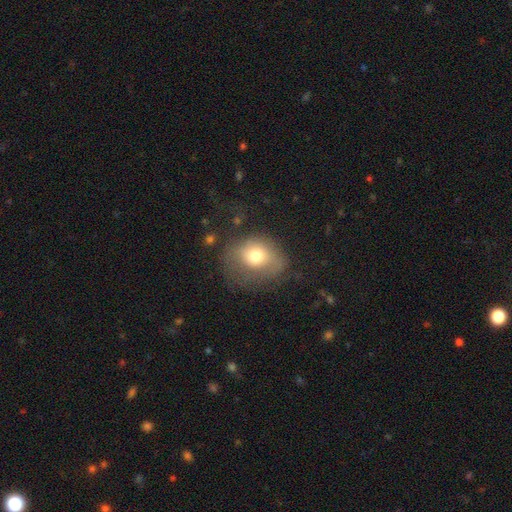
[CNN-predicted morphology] Smooth or featured: smooth — 67% (featured or disk — 23%)
How rounded: round — 58% (in between — 41%)
Merging: none — 43% (minor disturbance — 27%)